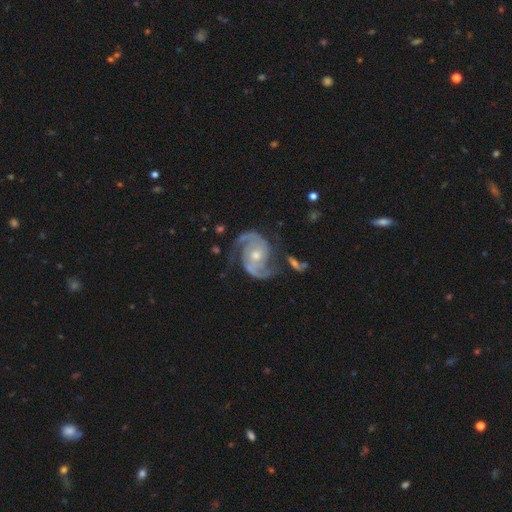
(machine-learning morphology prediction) Smooth or featured: featured or disk — 93% (star or artifact — 4%)
Edge-on disk: no — 98% (yes — 2%)
Bar: no — 61% (weak — 31%)
Spiral arms: yes — 98% (no — 2%)
Spiral winding: medium — 54% (tight — 33%)
Spiral arm count: 2 — 90% (3 — 4%)
Bulge size: moderate — 60% (small — 35%)
Merging: none — 70% (minor disturbance — 17%)